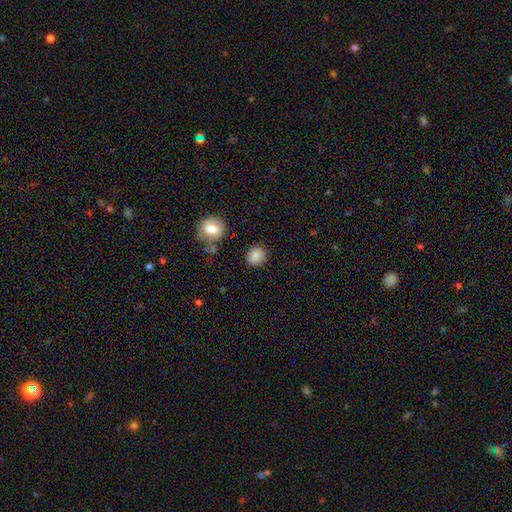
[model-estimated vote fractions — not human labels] Morphology: type=smooth (86%); roundness=round (76%); merging=none (85%).